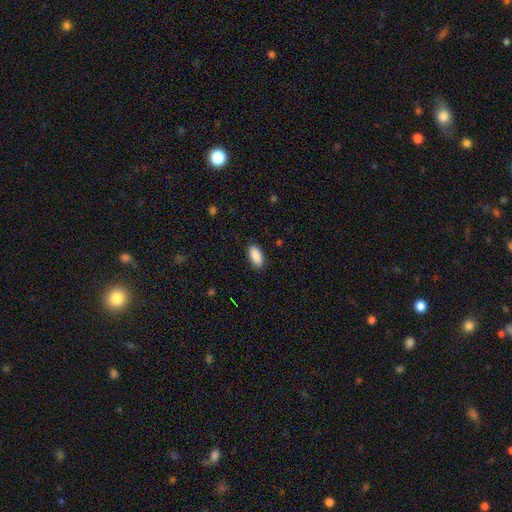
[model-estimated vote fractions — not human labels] smooth 90%, star or artifact 7%, featured or disk 3%. Down the decision tree: how rounded — in between (90%); merging — none (88%).